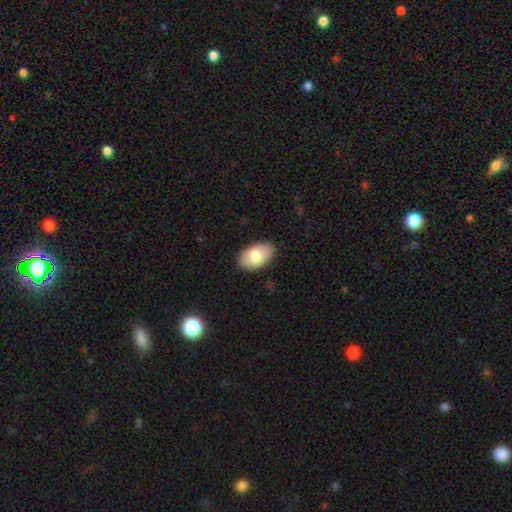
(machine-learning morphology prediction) This appears to be a smooth galaxy with no disk features (78%) that is in between round and cigar-shaped (94%). Merging: none (88%).